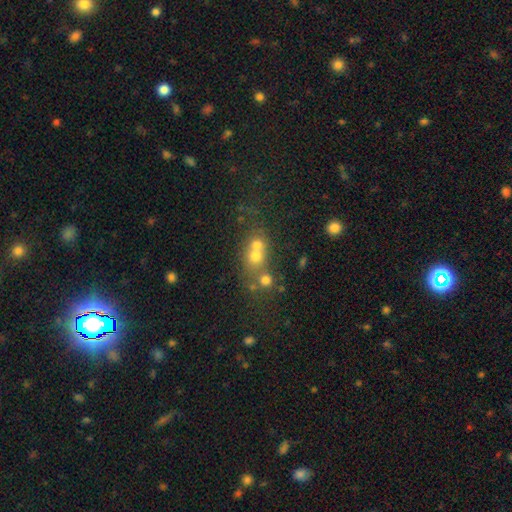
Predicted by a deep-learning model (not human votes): Smooth or featured? smooth (61%)
How rounded? round (75%)
Merging? merger (58%)